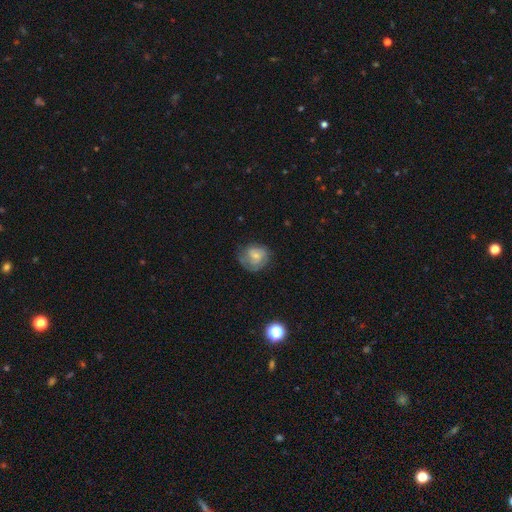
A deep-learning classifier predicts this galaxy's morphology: type=featured or disk (58%); edge-on=no (97%); bar=no (62%); spiral arms=yes (85%); bulge=small (56%); merging=none (61%).